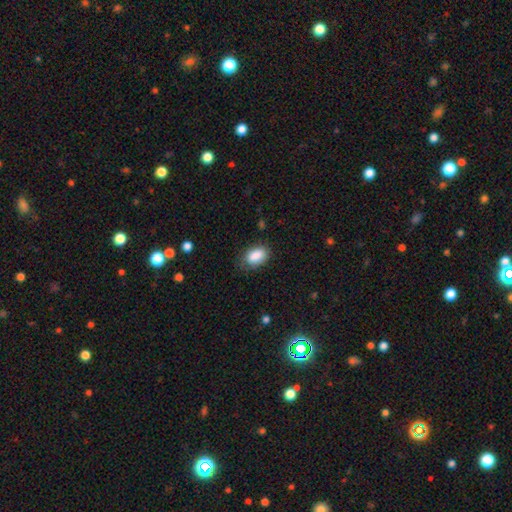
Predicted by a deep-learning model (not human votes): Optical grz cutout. It shows a smooth galaxy with no disk features (88%) that is in between round and cigar-shaped (90%). Merging: none (75%).